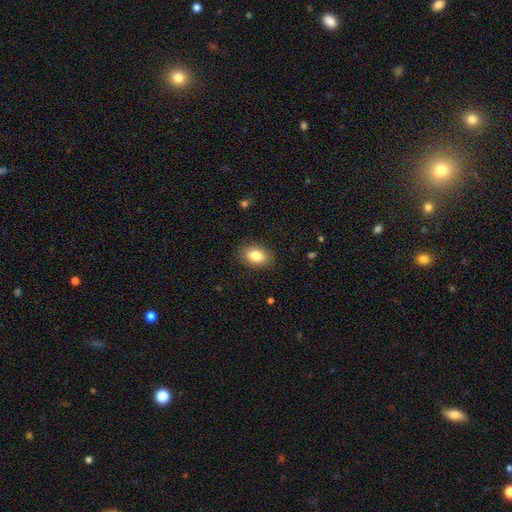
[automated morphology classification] The model was most divided on "how rounded": in between: 85%, round: 14%, cigar-shaped: 1%. More confident: merging — none (86%); smooth or featured — smooth (82%).